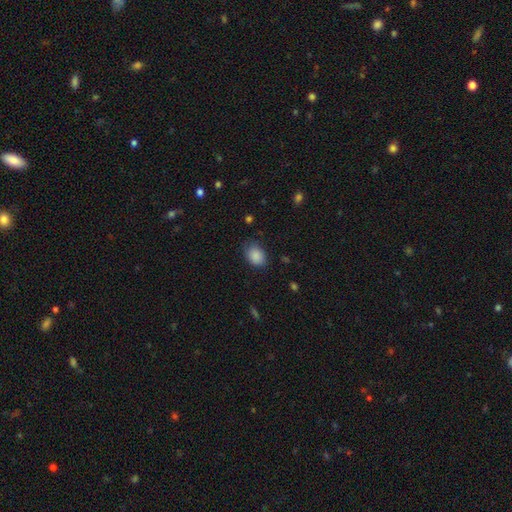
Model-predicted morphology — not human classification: This is clearly a smooth galaxy (88%). How rounded: likely in between (75%). Merging: likely none (74%).